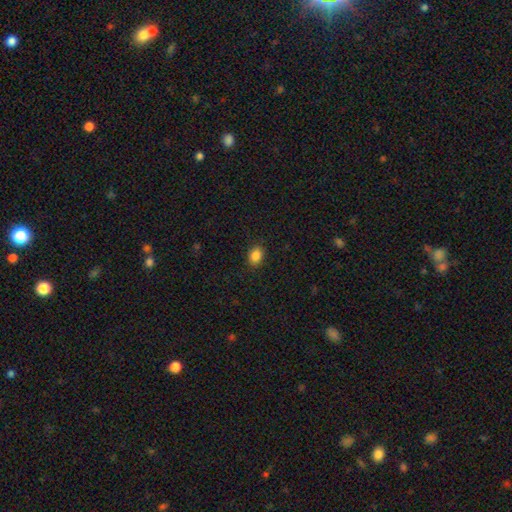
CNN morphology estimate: smooth 86%, star or artifact 10%, featured or disk 4%. Down the decision tree: how rounded — in between (66%); merging — none (88%).